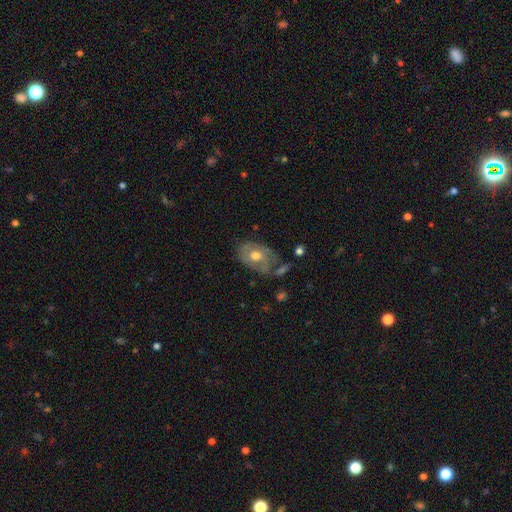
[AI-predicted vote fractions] Smooth or featured? Predicted: featured or disk (p=0.59). Edge-on disk? Predicted: no (p=0.94). Bar? Predicted: no (p=0.76). Spiral arms? Predicted: yes (p=0.57). Bulge size? Predicted: moderate (p=0.73). Merging? Predicted: none (p=0.50).